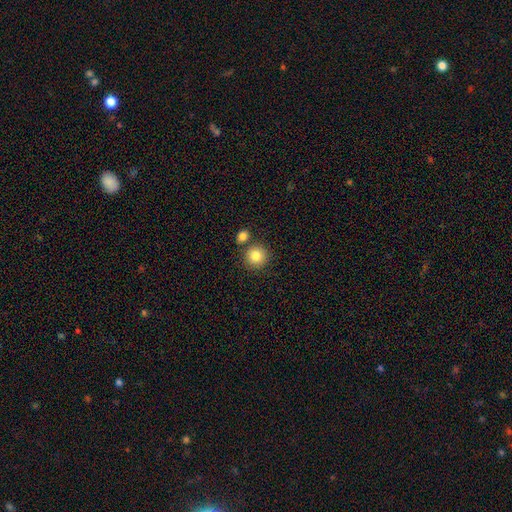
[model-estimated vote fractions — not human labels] A smooth galaxy with no disk features (84%) that is round (92%).

Vote fractions:
- Smooth or featured? smooth: 84% / star or artifact: 9% / featured or disk: 7%
- How rounded? round: 92% / in between: 7% / cigar-shaped: 1%
- Merging? none: 75% / merger: 15% / minor disturbance: 8% / major disturbance: 2%